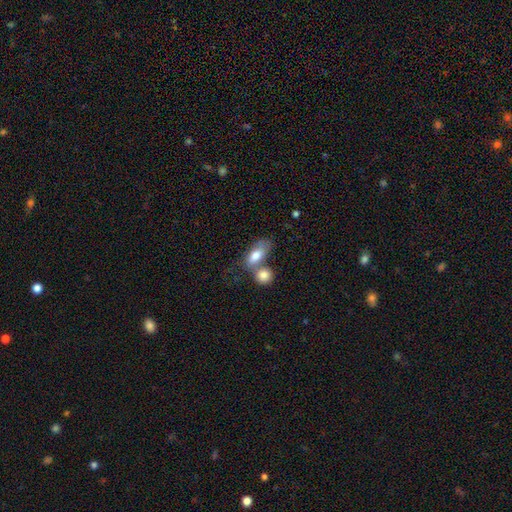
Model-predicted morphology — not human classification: The model was most divided on "merging": merger: 53%, none: 27%, minor disturbance: 12%, major disturbance: 8%. More confident: how rounded — in between (83%); smooth or featured — smooth (76%).